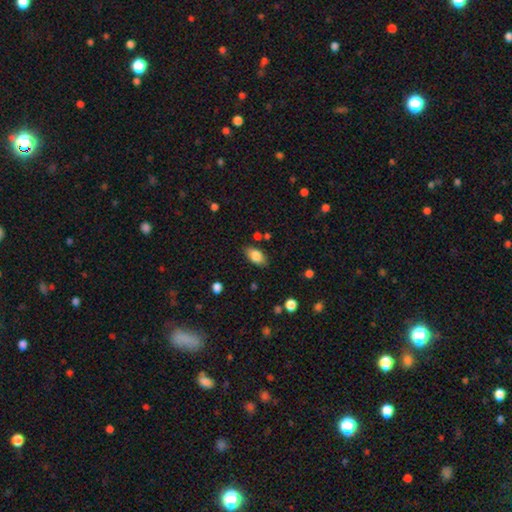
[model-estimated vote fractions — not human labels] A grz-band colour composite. It shows a smooth galaxy with no disk features (83%) that is in between round and cigar-shaped (91%). Merging: none (80%).